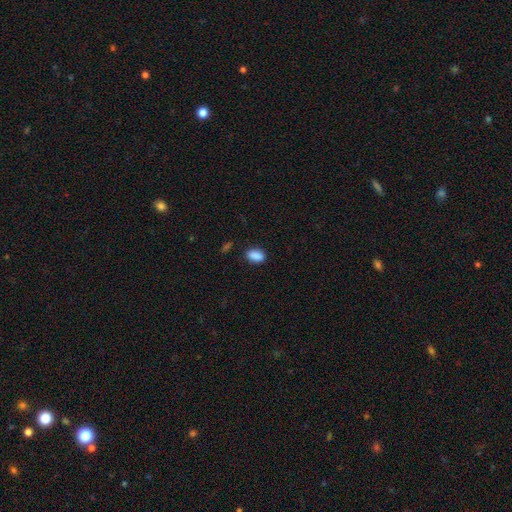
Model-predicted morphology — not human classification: This is clearly a smooth galaxy (89%). How rounded: clearly in between (87%). Merging: clearly none (84%).